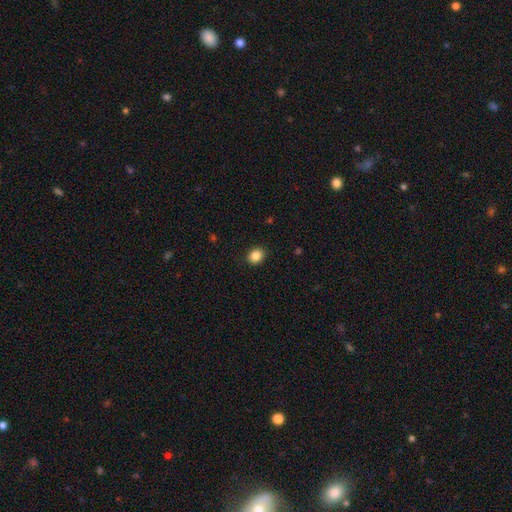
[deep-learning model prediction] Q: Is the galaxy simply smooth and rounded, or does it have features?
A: smooth — 86%.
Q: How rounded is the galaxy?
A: round — 61%.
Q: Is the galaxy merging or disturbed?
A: none — 90%.